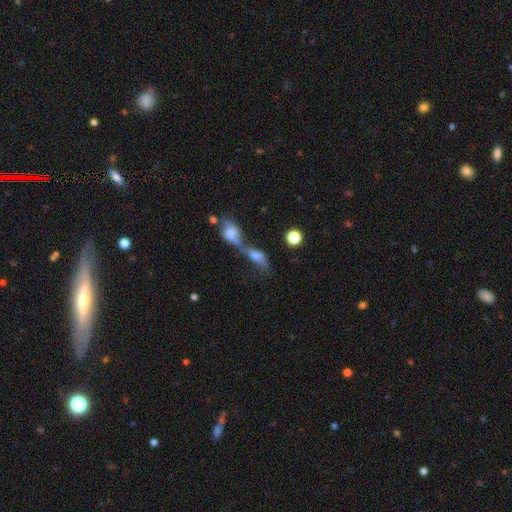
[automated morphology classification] Q: Smooth or featured?
A: smooth (59%); runner-up: featured or disk (30%)
Q: How rounded?
A: in between (75%); runner-up: cigar-shaped (14%)
Q: Merging?
A: merger (74%); runner-up: none (11%)